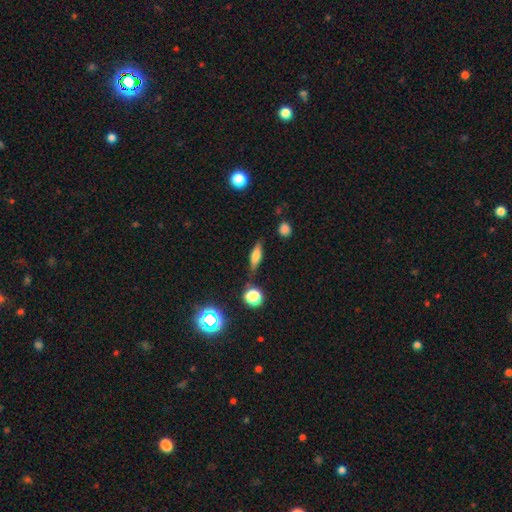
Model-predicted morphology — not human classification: Q: Smooth or featured?
A: smooth (56%); runner-up: featured or disk (33%)
Q: How rounded?
A: cigar-shaped (56%); runner-up: in between (38%)
Q: Merging?
A: none (76%); runner-up: minor disturbance (15%)